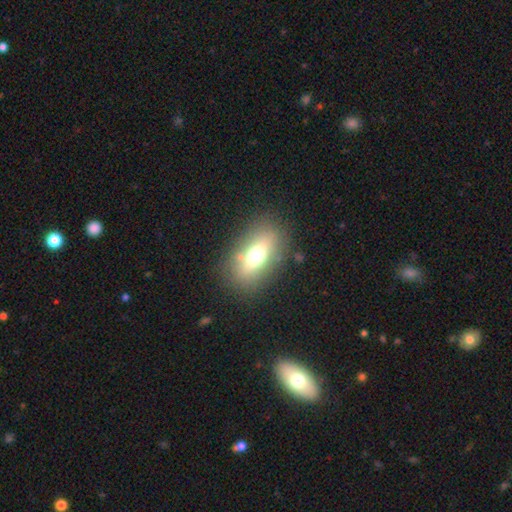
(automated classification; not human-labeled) smooth 59%, featured or disk 28%, star or artifact 13%. Down the decision tree: how rounded — in between (77%); merging — none (82%).